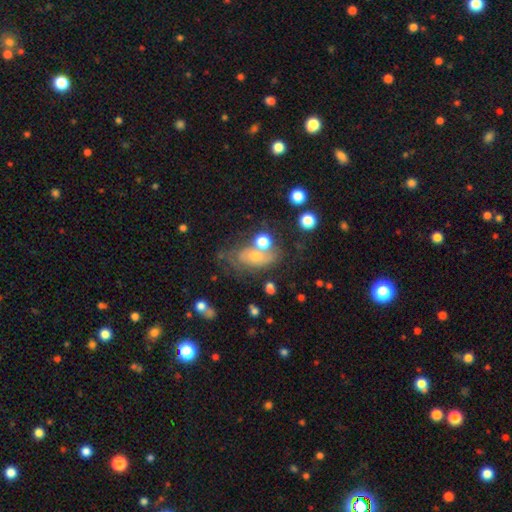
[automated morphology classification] Overall: featured or disk (46%; smooth 39%). Merging: none (40%; minor disturbance 23%).